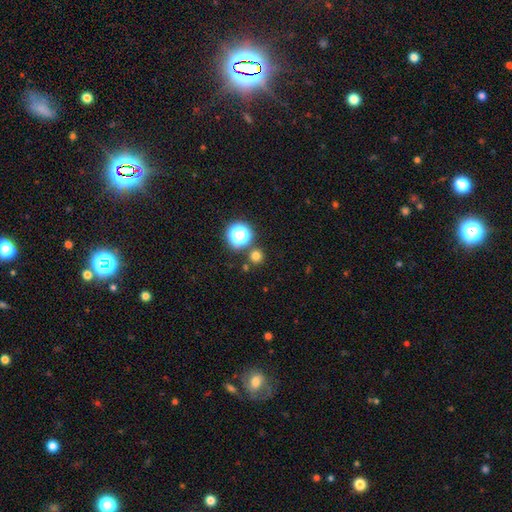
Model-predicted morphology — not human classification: smooth 71%, star or artifact 23%, featured or disk 6%. Down the decision tree: how rounded — round (94%); merging — none (82%).